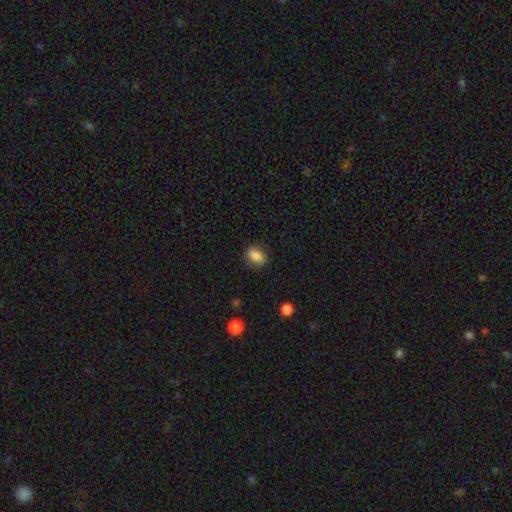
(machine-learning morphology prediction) This appears to be a smooth galaxy with no disk features (84%) that is in between round and cigar-shaped (78%). Merging: none (78%).